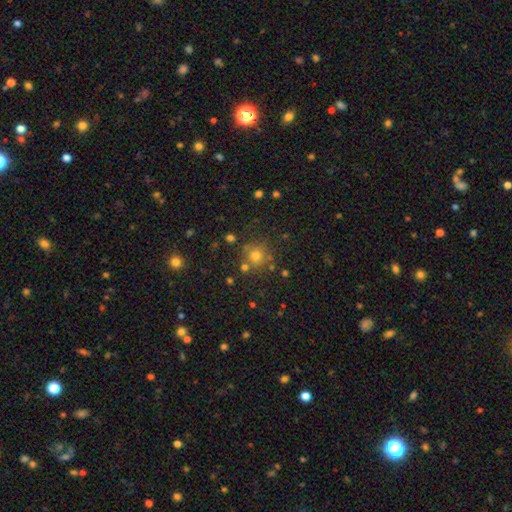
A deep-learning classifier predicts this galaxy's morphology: The model was most divided on "smooth or featured": smooth: 68%, star or artifact: 22%, featured or disk: 10%. More confident: how rounded — round (90%); merging — none (75%).